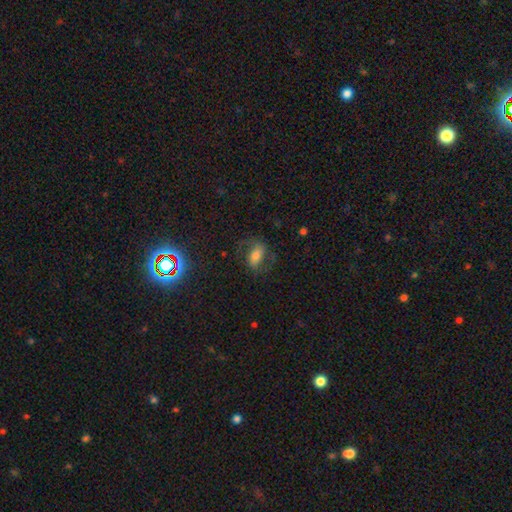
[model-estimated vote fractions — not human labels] smooth-or-featured: featured or disk: 49% | smooth: 39% | star or artifact: 12%
  merging: none: 65% | minor disturbance: 17% | major disturbance: 16% | merger: 2%